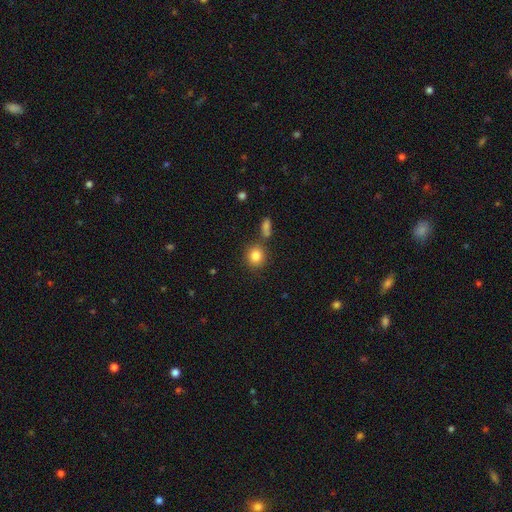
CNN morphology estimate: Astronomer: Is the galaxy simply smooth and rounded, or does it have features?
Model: smooth — 84%.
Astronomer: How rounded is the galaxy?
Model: round — 83%.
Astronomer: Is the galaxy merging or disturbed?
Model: none — 75%.